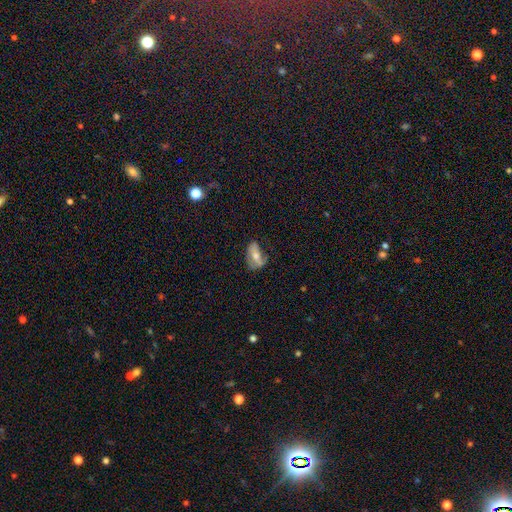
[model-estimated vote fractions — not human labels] Overall: featured or disk (49%; smooth 42%). Merging: none (50%; minor disturbance 30%).